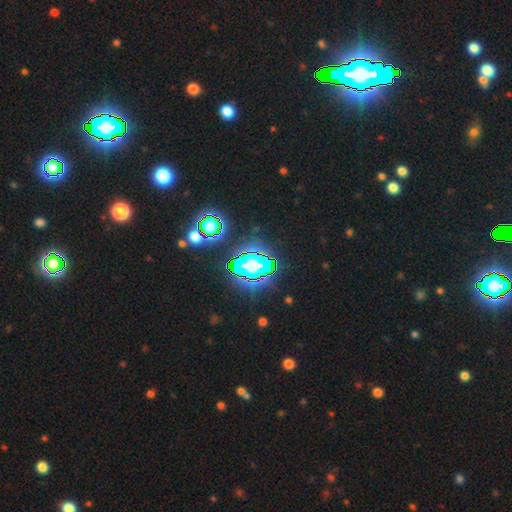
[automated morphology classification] A star or artifact, not a galaxy (84%).